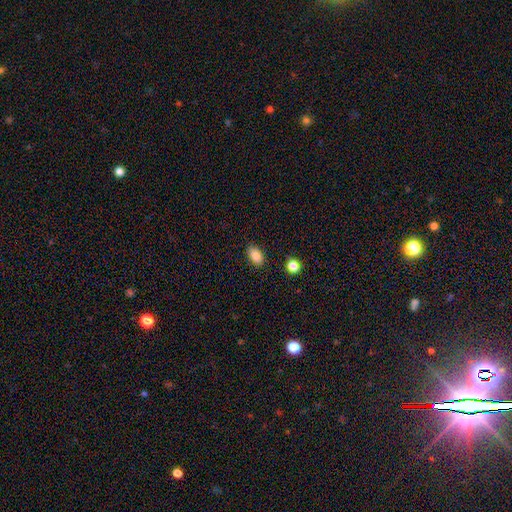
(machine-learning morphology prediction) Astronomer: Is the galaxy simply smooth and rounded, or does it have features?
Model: smooth — 86%.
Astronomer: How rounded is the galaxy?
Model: in between — 87%.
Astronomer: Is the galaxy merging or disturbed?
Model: none — 85%.